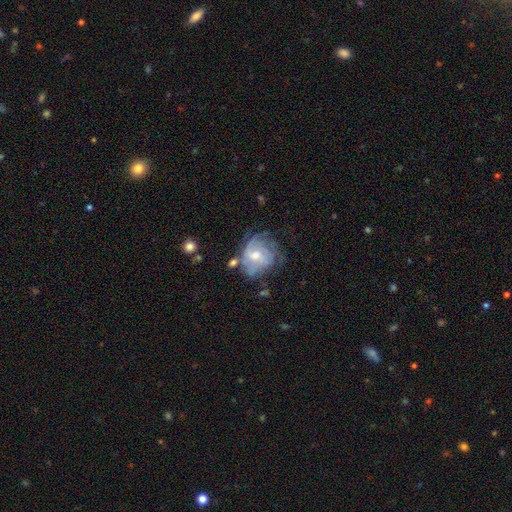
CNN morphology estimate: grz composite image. It shows a featured or disk galaxy (67%) with no bar (61%), spiral arms (72%) and a moderate central bulge (61%). Merging: none (46%).